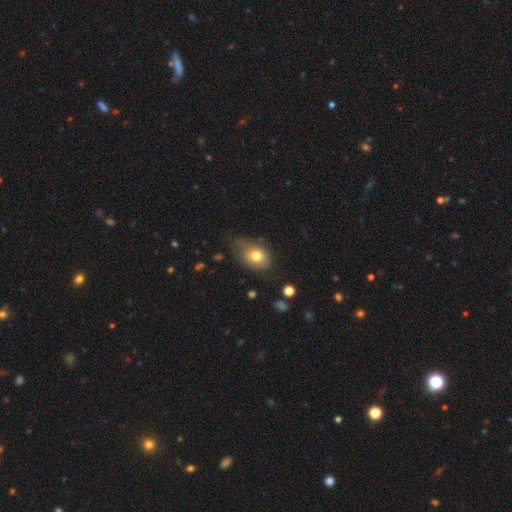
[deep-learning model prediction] Morphology: type=smooth (76%); roundness=in between (60%); merging=none (52%).